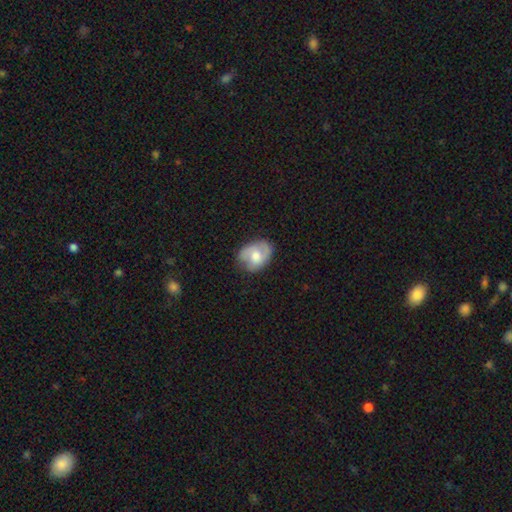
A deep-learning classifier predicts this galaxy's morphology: Smooth or featured? smooth (48%)
Merging? none (63%)